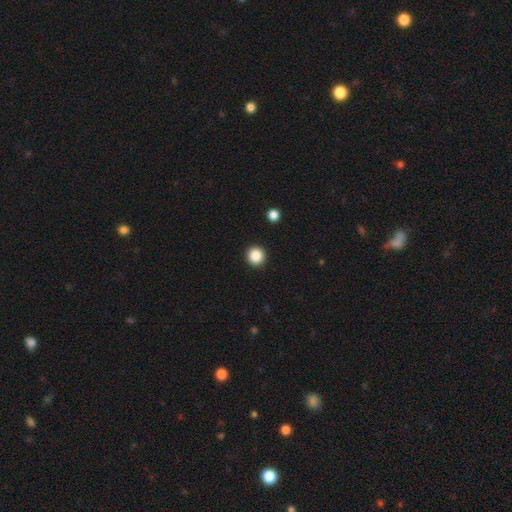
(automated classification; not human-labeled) Smooth or featured? Predicted: smooth (p=0.87). How rounded? Predicted: round (p=0.95). Merging? Predicted: none (p=0.93).